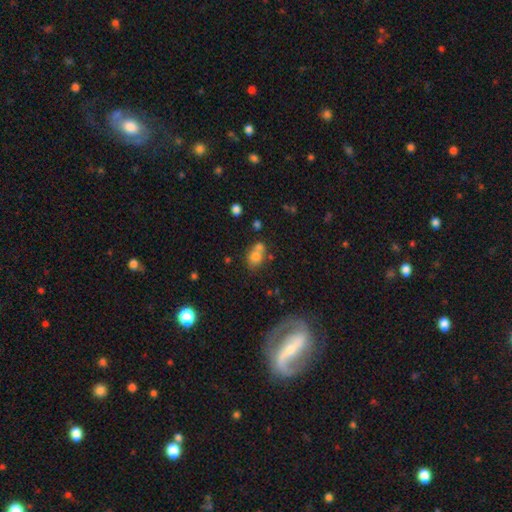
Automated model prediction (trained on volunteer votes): A smooth galaxy with no disk features (73%) that is in between round and cigar-shaped (56%). Merging: none (41%, tied with merger).